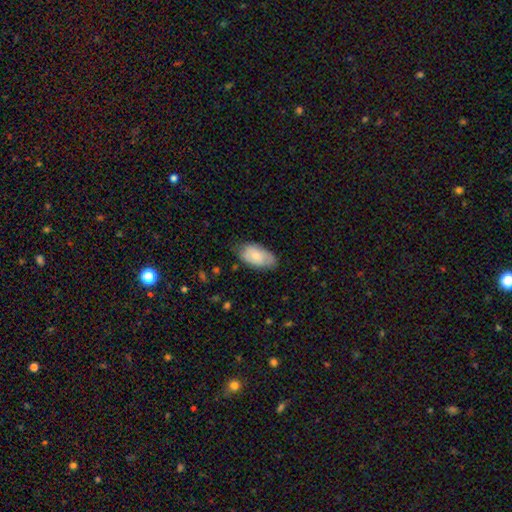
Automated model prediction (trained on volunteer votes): smooth 72%, featured or disk 22%, star or artifact 6%. Down the decision tree: how rounded — in between (94%); merging — none (67%).